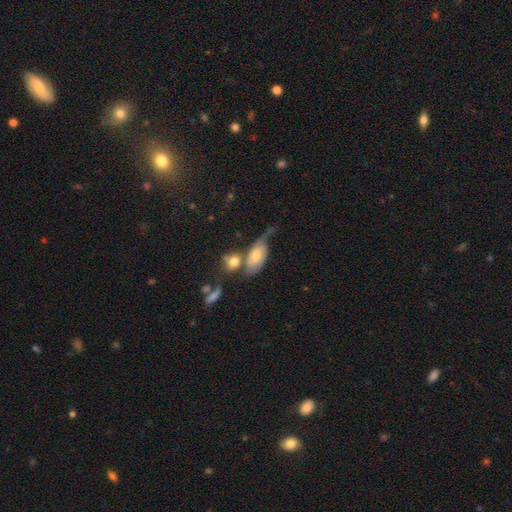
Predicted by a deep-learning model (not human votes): Smooth or featured? smooth (49%)
Merging? merger (37%)